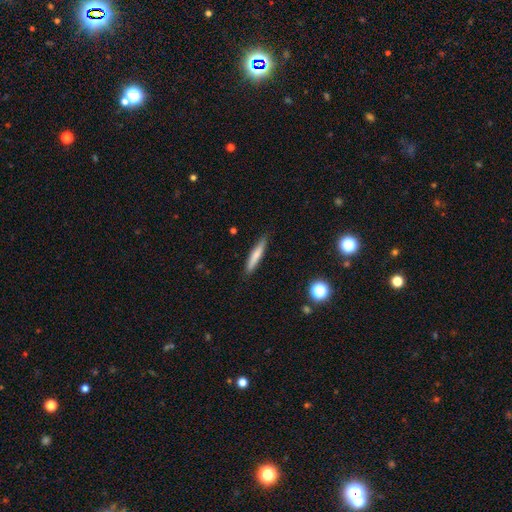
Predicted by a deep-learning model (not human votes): Q: Smooth or featured?
A: smooth (73%); runner-up: featured or disk (20%)
Q: How rounded?
A: cigar-shaped (91%); runner-up: in between (8%)
Q: Merging?
A: none (87%); runner-up: minor disturbance (10%)